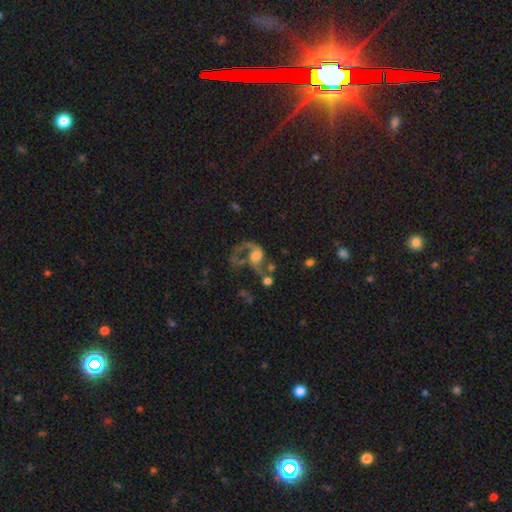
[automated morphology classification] type=featured or disk (70%); edge-on=no (97%); bar=no (64%); spiral arms=yes (84%); winding=loose (64%); arm count=2 (59%); bulge=moderate (35%); merging=major disturbance (42%).